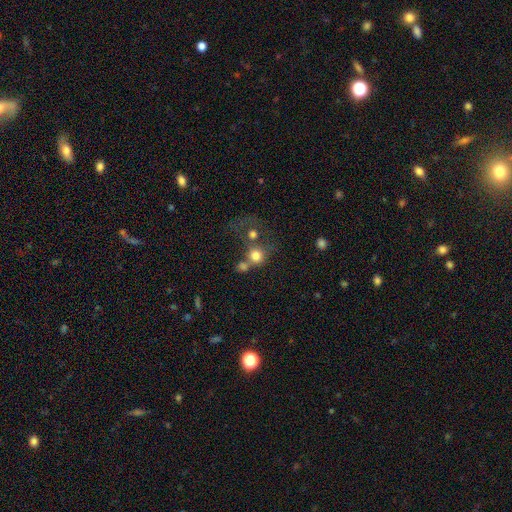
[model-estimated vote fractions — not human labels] smooth-or-featured: smooth: 75% | star or artifact: 13% | featured or disk: 12%
  how-rounded: round: 85% | in between: 14% | cigar-shaped: 1%
  merging: merger: 42% | none: 39% | major disturbance: 10% | minor disturbance: 9%